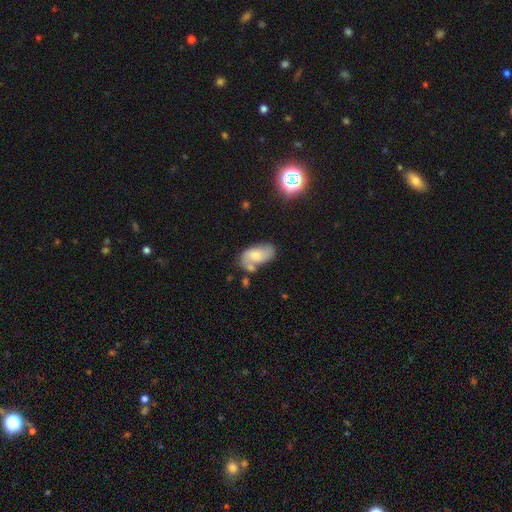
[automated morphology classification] This appears to be a smooth galaxy with no disk features (50%) that is in between round and cigar-shaped (93%). Merging: none (46%).